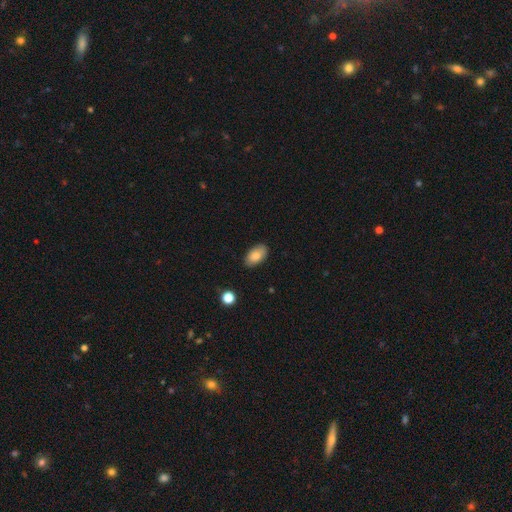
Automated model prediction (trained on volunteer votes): Smooth or featured? Predicted: smooth (p=0.82). How rounded? Predicted: in between (p=0.94). Merging? Predicted: none (p=0.85).